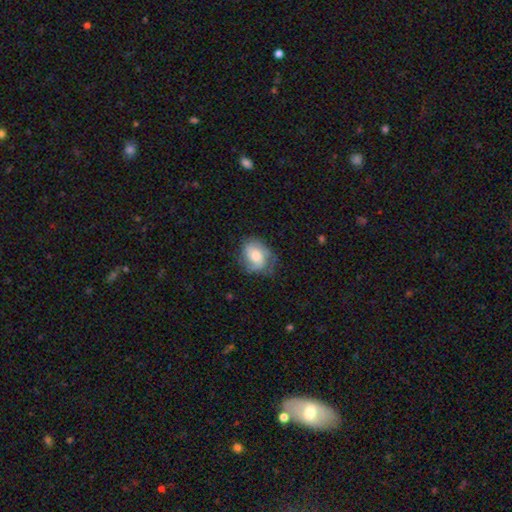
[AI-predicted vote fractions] This is possibly a smooth galaxy (54%). How rounded: likely in between (65%). Merging: possibly none (56%).